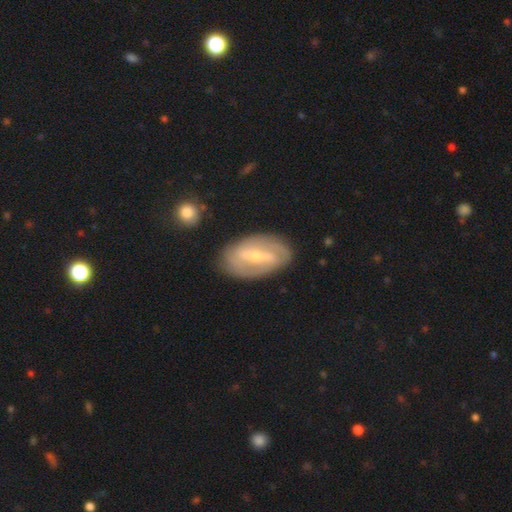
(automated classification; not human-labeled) Smooth or featured? Predicted: featured or disk (p=0.79). Edge-on disk? Predicted: no (p=0.93). Bar? Predicted: strong (p=0.60). Spiral arms? Predicted: yes (p=0.83). Spiral winding? Predicted: tight (p=0.48). Spiral arm count? Predicted: 2 (p=0.66). Bulge size? Predicted: small (p=0.58). Merging? Predicted: none (p=0.80).